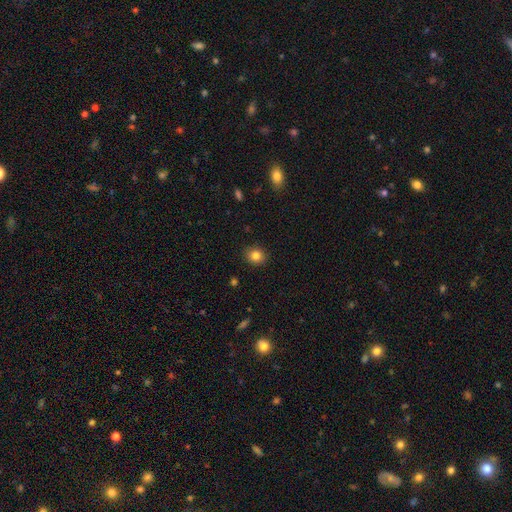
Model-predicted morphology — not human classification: Smooth or featured?
  - smooth: 83% *
  - star or artifact: 11%
  - featured or disk: 6%
How rounded?
  - round: 73% *
  - in between: 26%
  - cigar-shaped: 1%
Merging?
  - none: 90% *
  - minor disturbance: 7%
  - major disturbance: 2%
  - merger: 1%